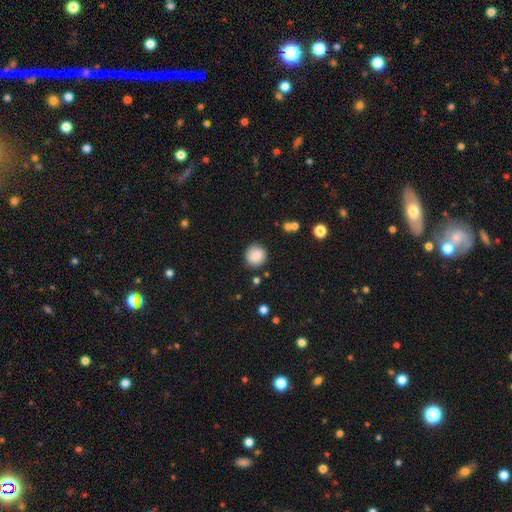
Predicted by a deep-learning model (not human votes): Smooth or featured? Predicted: smooth (p=0.85). How rounded? Predicted: round (p=0.93). Merging? Predicted: none (p=0.87).